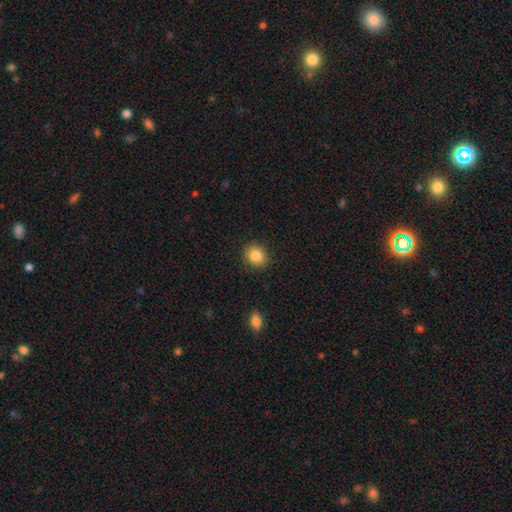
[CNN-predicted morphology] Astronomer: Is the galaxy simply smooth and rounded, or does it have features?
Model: smooth — 85%.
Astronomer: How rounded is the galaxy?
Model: round — 80%.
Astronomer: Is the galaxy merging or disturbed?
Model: none — 88%.